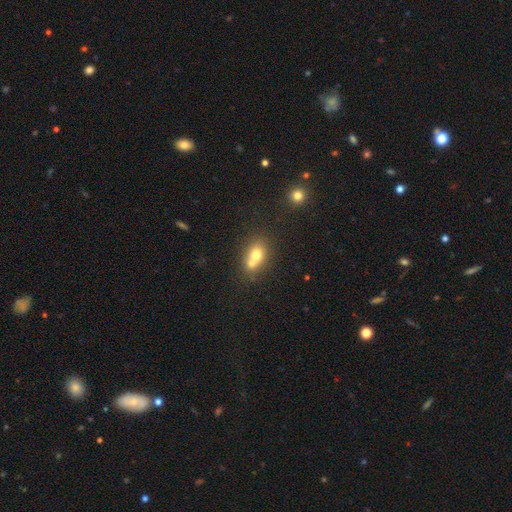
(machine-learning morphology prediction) Q: Smooth or featured?
A: smooth (69%); runner-up: featured or disk (19%)
Q: How rounded?
A: round (50%); runner-up: in between (49%)
Q: Merging?
A: merger (58%); runner-up: none (31%)